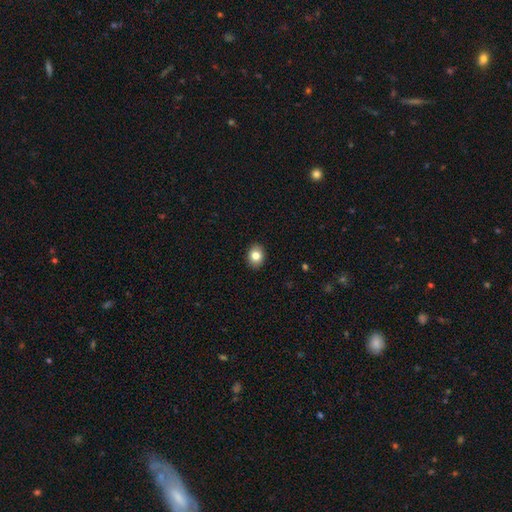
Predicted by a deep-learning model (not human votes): The model was most divided on "how rounded": in between: 51%, round: 48%, cigar-shaped: 1%. More confident: merging — none (91%); smooth or featured — smooth (82%).